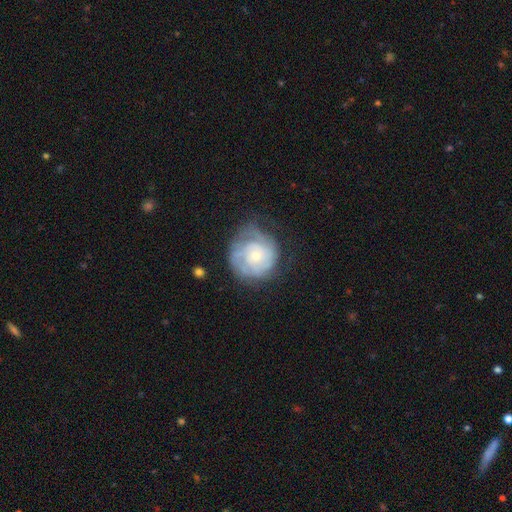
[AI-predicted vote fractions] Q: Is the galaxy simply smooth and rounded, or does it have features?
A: featured or disk — 68%.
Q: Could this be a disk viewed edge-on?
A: no — 98%.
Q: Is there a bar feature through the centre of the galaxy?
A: no — 80%.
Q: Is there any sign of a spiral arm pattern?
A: yes — 84%.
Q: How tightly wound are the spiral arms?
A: tight — 65%.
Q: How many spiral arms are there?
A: can't tell — 48%.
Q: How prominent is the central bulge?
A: small — 61%.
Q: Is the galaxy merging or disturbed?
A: none — 58%.